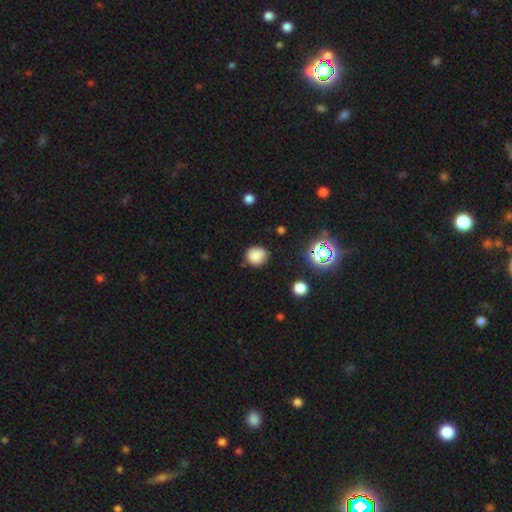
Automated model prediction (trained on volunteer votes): Smooth or featured?
  - smooth: 82% *
  - star or artifact: 13%
  - featured or disk: 5%
How rounded?
  - round: 80% *
  - in between: 19%
  - cigar-shaped: 1%
Merging?
  - none: 80% *
  - minor disturbance: 14%
  - major disturbance: 3%
  - merger: 2%